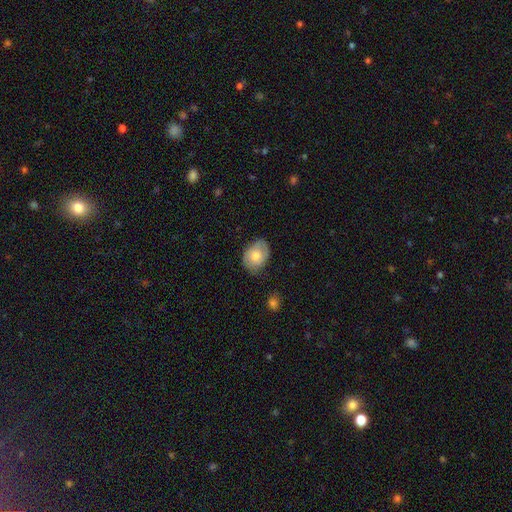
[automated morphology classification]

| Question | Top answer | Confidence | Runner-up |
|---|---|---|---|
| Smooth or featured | smooth | 65% | featured or disk (28%) |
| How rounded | in between | 70% | round (29%) |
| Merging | none | 68% | minor disturbance (25%) |